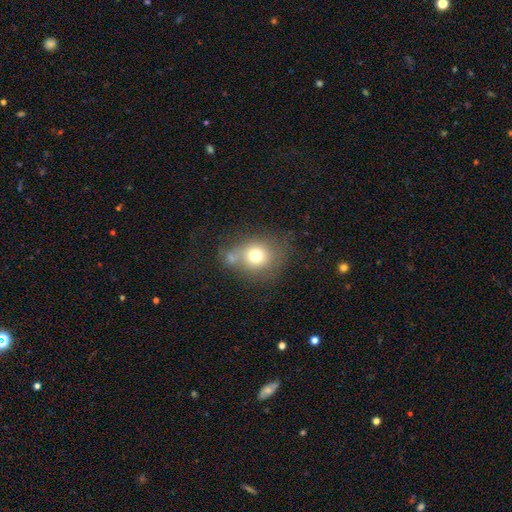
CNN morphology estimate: smooth-or-featured: smooth: 71% | featured or disk: 16% | star or artifact: 13%
  how-rounded: round: 73% | in between: 26% | cigar-shaped: 1%
  merging: none: 52% | minor disturbance: 19% | merger: 19% | major disturbance: 10%